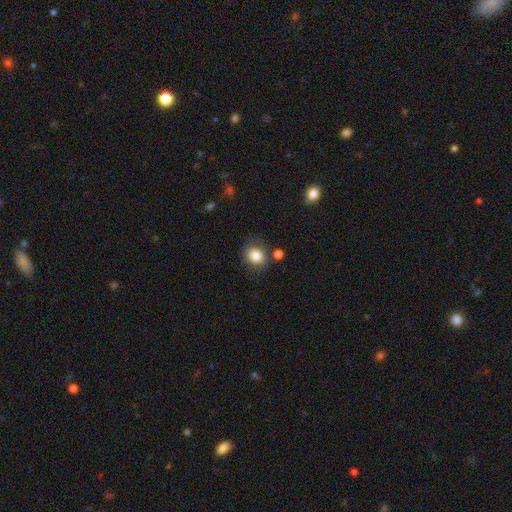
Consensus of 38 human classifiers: This is clearly a smooth galaxy (89%). How rounded: clearly round (82%). Merging: clearly none (83%).